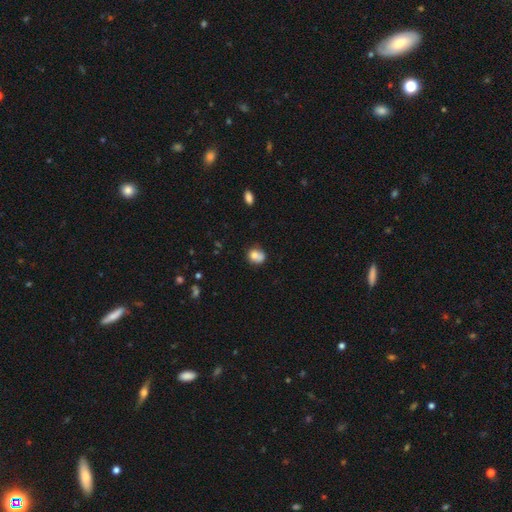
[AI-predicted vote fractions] The model was most divided on "merging": none: 41%, merger: 34%, minor disturbance: 17%, major disturbance: 7%. More confident: smooth or featured — smooth (73%); how rounded — round (67%).